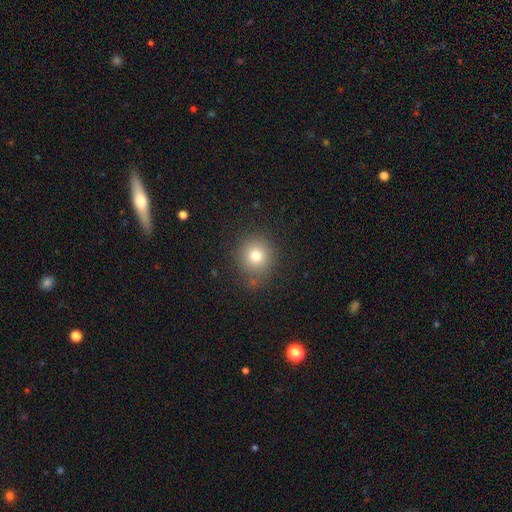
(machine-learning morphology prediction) Overall: smooth (77%). How rounded: round (89%). Merging: none (80%).